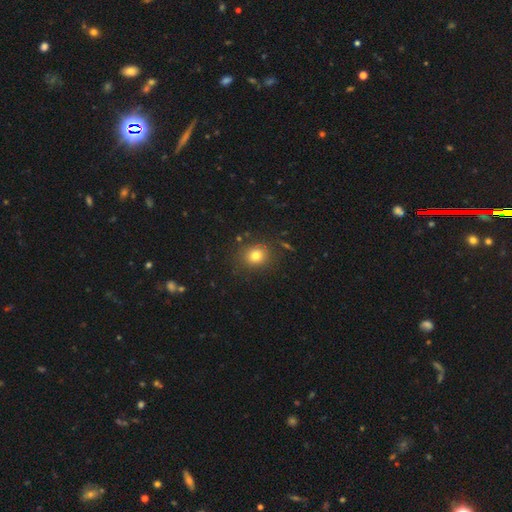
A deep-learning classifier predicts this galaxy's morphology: smooth_or_featured: smooth (p=0.78) [alt: star or artifact p=0.14]
how_rounded: round (p=0.73) [alt: in between p=0.26]
merging: none (p=0.85) [alt: minor disturbance p=0.10]